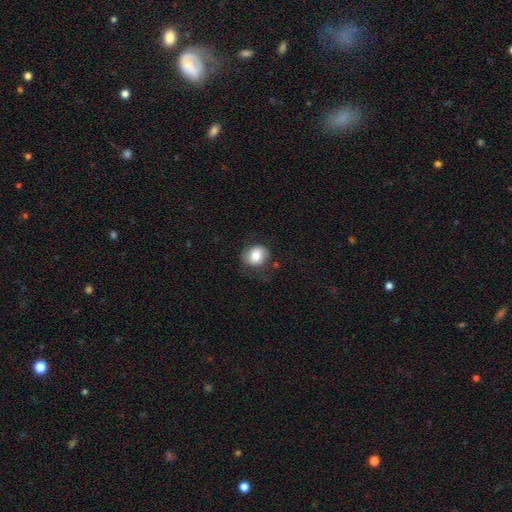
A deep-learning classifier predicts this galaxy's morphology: This appears to be a smooth galaxy with no disk features (77%) that is round (69%). Merging: none (72%).